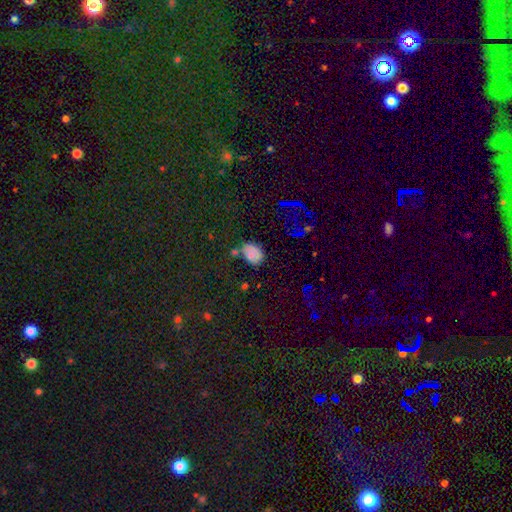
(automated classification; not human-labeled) A smooth galaxy with no disk features (49%). Merging: none (69%).